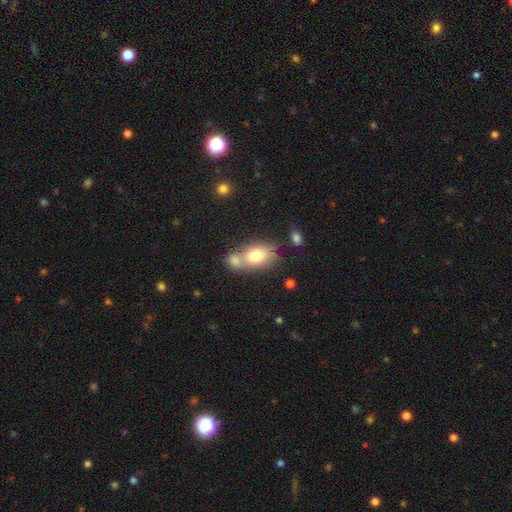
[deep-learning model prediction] Q: Smooth or featured?
A: smooth (77%); runner-up: featured or disk (15%)
Q: How rounded?
A: in between (80%); runner-up: round (18%)
Q: Merging?
A: merger (46%); runner-up: none (37%)